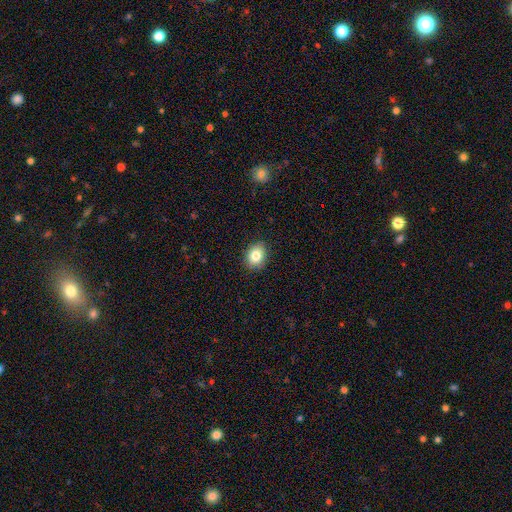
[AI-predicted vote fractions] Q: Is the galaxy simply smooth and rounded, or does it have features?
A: smooth — 83%.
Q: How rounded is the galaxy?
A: in between — 51%.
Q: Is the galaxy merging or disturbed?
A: none — 88%.